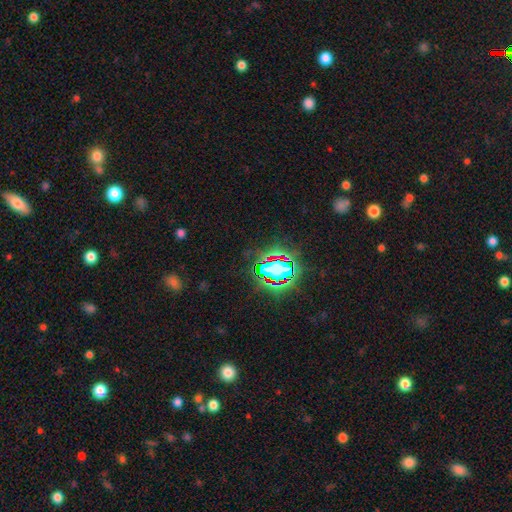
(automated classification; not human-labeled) This appears to be a star or artifact, not a galaxy (81%).